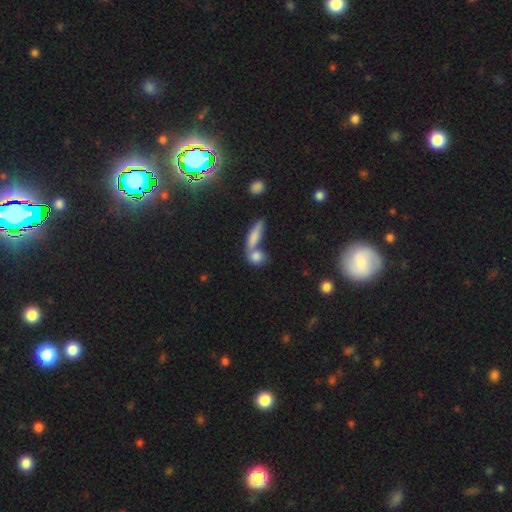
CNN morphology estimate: A smooth galaxy with no disk features (79%) that is in between round and cigar-shaped (41%). Merging: none (44%).